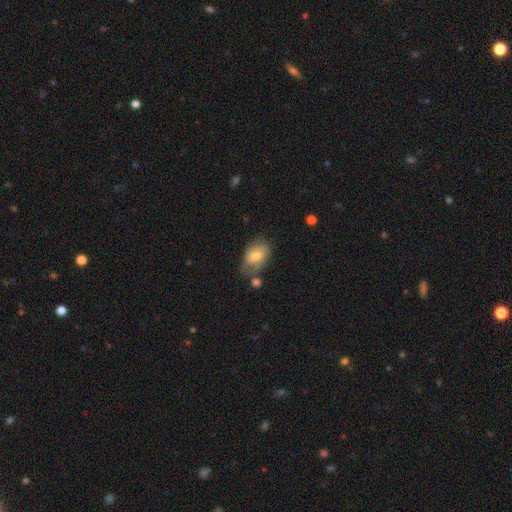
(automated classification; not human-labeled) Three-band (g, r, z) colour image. It shows a smooth galaxy with no disk features (64%) that is in between round and cigar-shaped (82%). Merging: none (45%).